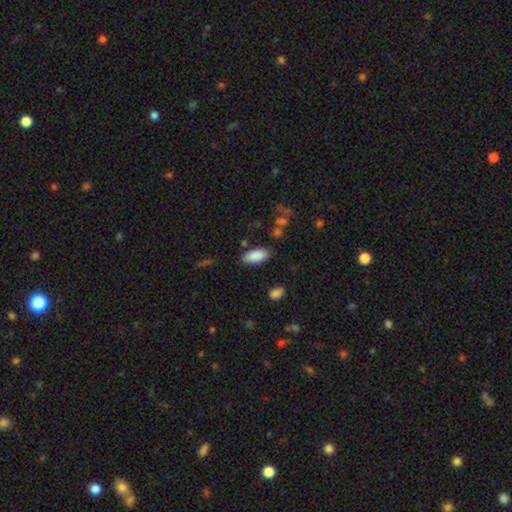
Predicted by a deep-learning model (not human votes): smooth-or-featured: smooth: 89% | star or artifact: 7% | featured or disk: 5%
  how-rounded: in between: 85% | cigar-shaped: 14% | round: 2%
  merging: none: 85% | minor disturbance: 10% | major disturbance: 3% | merger: 2%